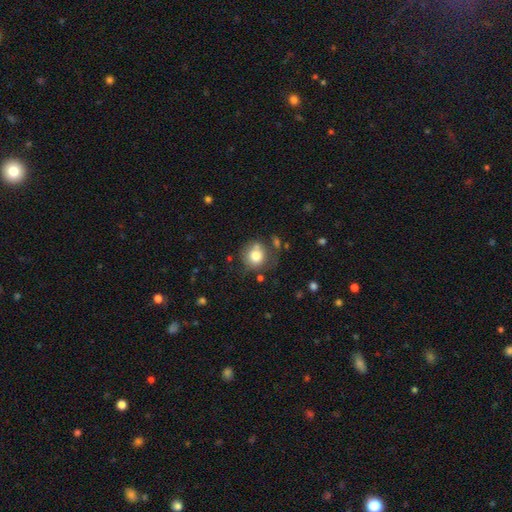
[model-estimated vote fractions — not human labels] A smooth galaxy with no disk features (79%) that is round (86%).

Vote fractions:
- Smooth or featured? smooth: 79% / featured or disk: 12% / star or artifact: 9%
- How rounded? round: 86% / in between: 13% / cigar-shaped: 1%
- Merging? none: 63% / minor disturbance: 20% / merger: 9% / major disturbance: 8%